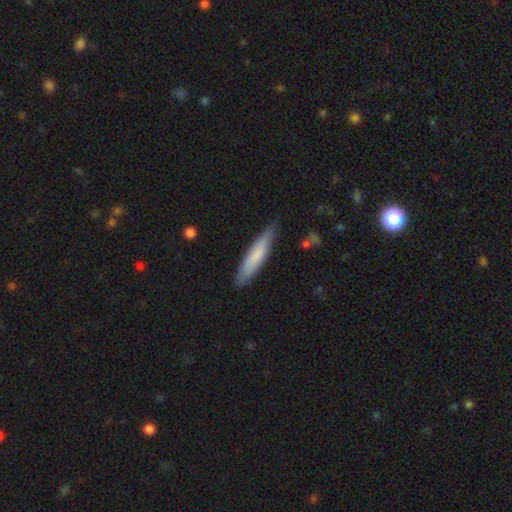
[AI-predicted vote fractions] smooth-or-featured: smooth: 76% | featured or disk: 18% | star or artifact: 5%
  how-rounded: cigar-shaped: 87% | in between: 12% | round: 1%
  merging: none: 83% | minor disturbance: 13% | major disturbance: 2% | merger: 1%